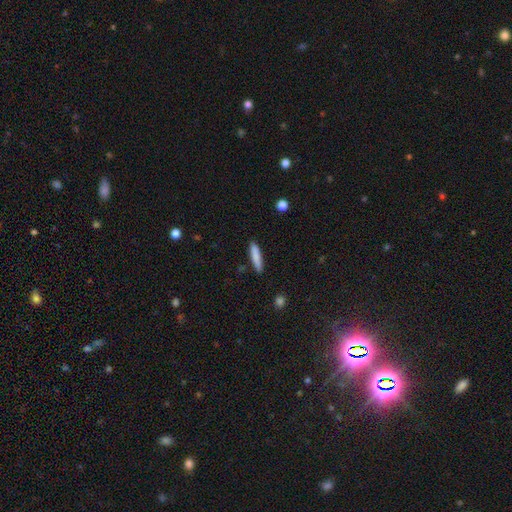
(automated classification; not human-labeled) smooth 83%, featured or disk 11%, star or artifact 6%. Down the decision tree: how rounded — cigar-shaped (86%); merging — none (87%).